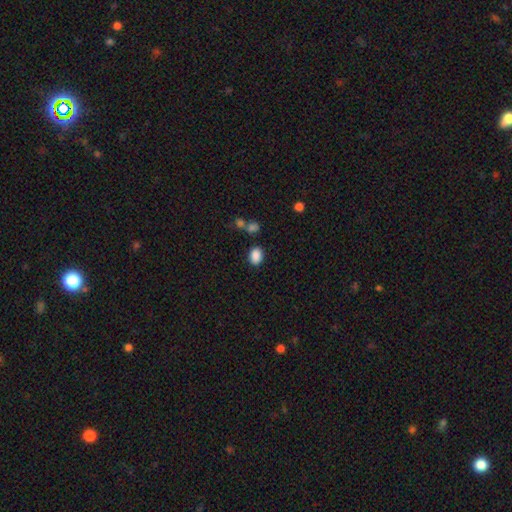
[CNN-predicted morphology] Smooth or featured?
  - smooth: 87% *
  - star or artifact: 9%
  - featured or disk: 4%
How rounded?
  - in between: 72% *
  - round: 27%
  - cigar-shaped: 1%
Merging?
  - none: 79% *
  - minor disturbance: 11%
  - merger: 6%
  - major disturbance: 4%